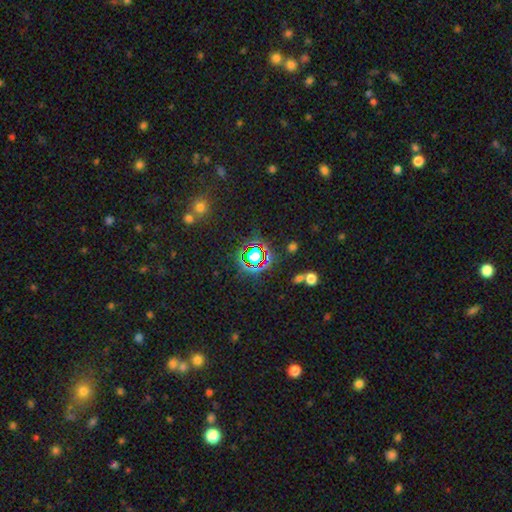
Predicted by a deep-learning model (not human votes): Smooth or featured?
  - star or artifact: 67% *
  - smooth: 22%
  - featured or disk: 11%